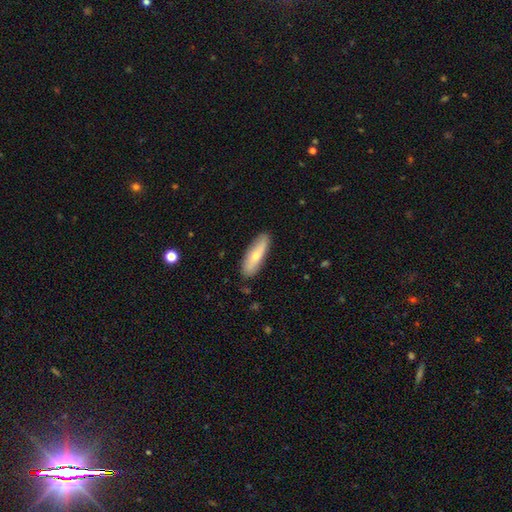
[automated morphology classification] Smooth or featured? smooth (61%)
How rounded? cigar-shaped (52%)
Merging? none (85%)